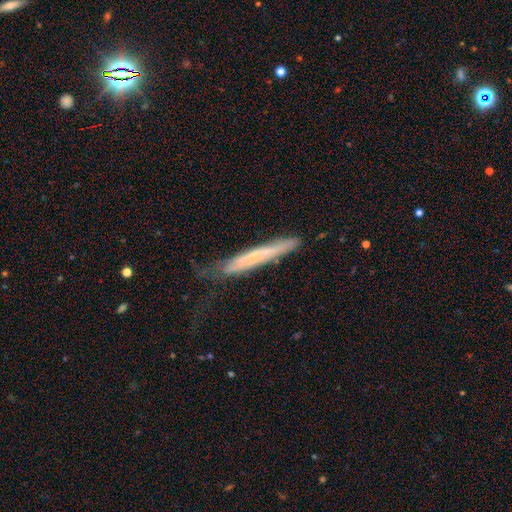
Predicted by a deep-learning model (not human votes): Smooth or featured? Predicted: featured or disk (p=0.48). Merging? Predicted: none (p=0.52).